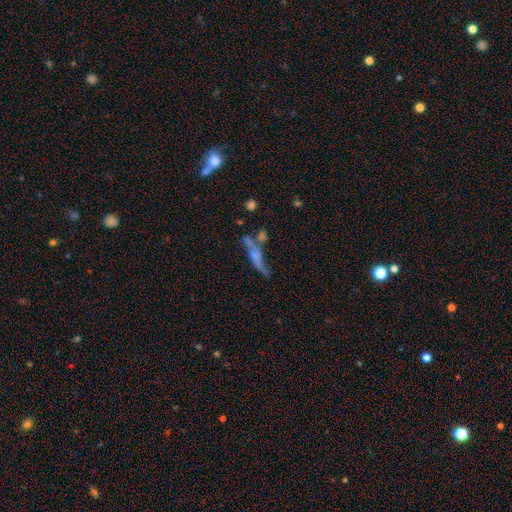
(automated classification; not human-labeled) Q: Smooth or featured?
A: featured or disk (46%); runner-up: smooth (42%)
Q: Merging?
A: none (33%); runner-up: merger (32%)